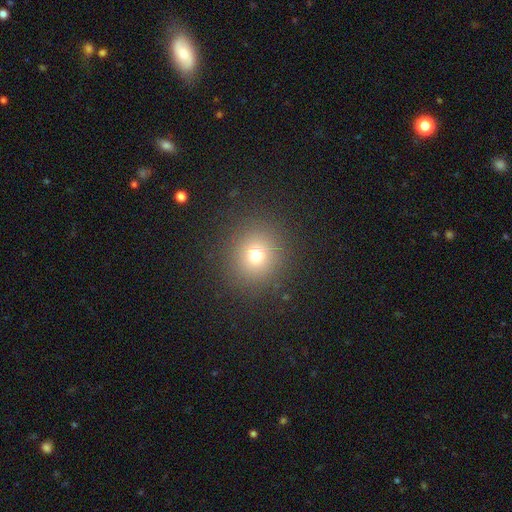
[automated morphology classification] This appears to be a smooth galaxy with no disk features (72%) that is round (90%). Merging: none (90%).